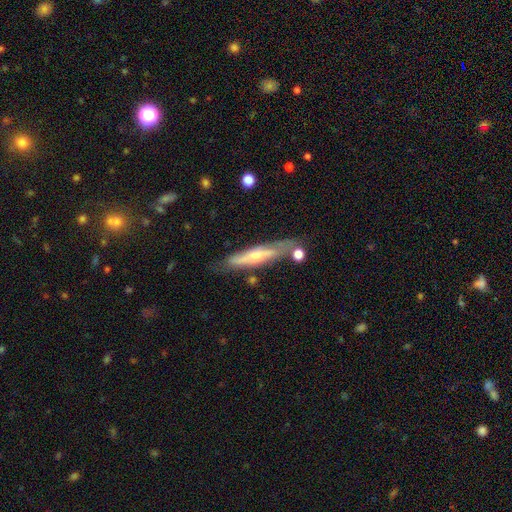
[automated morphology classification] This is likely a featured or disk galaxy (63%). It is likely viewed edge-on (71%). Merging: likely none (68%).